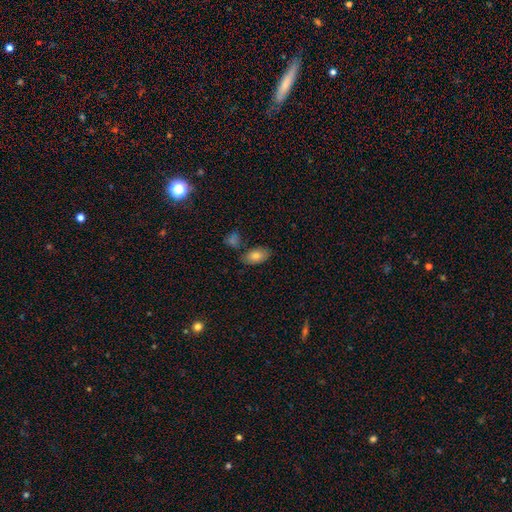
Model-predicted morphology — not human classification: Smooth or featured? Predicted: smooth (p=0.79). How rounded? Predicted: in between (p=0.92). Merging? Predicted: none (p=0.74).